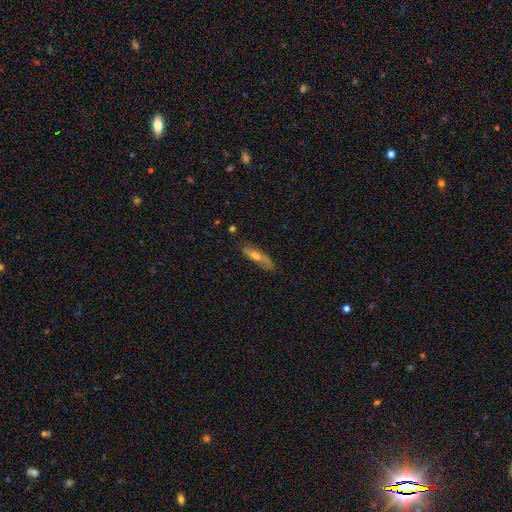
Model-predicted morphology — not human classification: smooth_or_featured: featured or disk (p=0.47) [alt: smooth p=0.45]
merging: none (p=0.73) [alt: minor disturbance p=0.20]